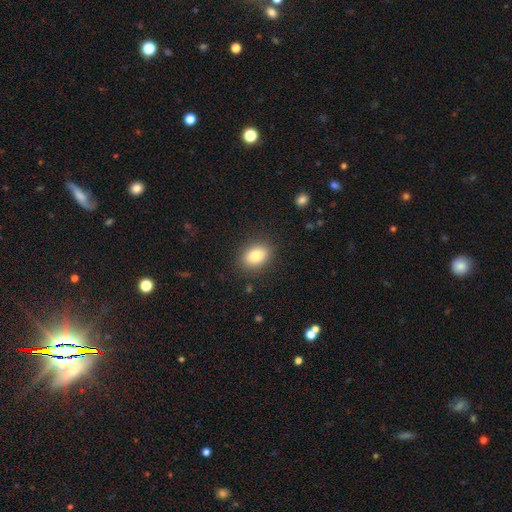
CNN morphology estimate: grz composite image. It shows a smooth galaxy with no disk features (84%) that is in between round and cigar-shaped (75%). Merging: none (87%).